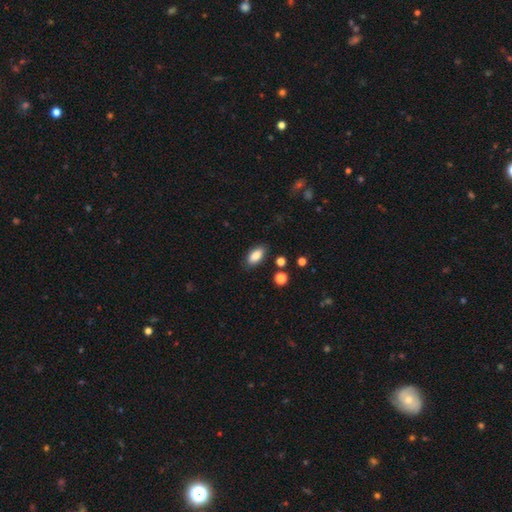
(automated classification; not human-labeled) This appears to be a smooth galaxy with no disk features (86%) that is in between round and cigar-shaped (89%). Merging: none (85%).